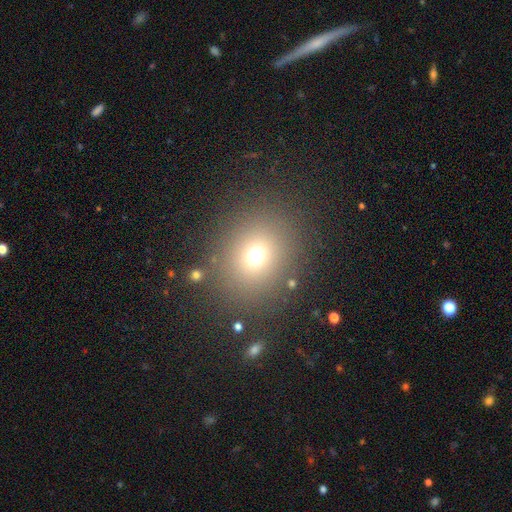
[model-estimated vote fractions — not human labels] Overall: smooth (69%). How rounded: round (77%). Merging: none (83%).